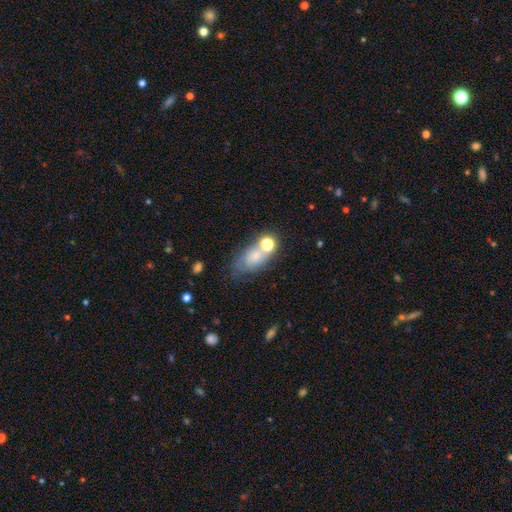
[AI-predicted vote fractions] Overall: smooth (63%). How rounded: in between (78%). Merging: none (44%; merger 25%).